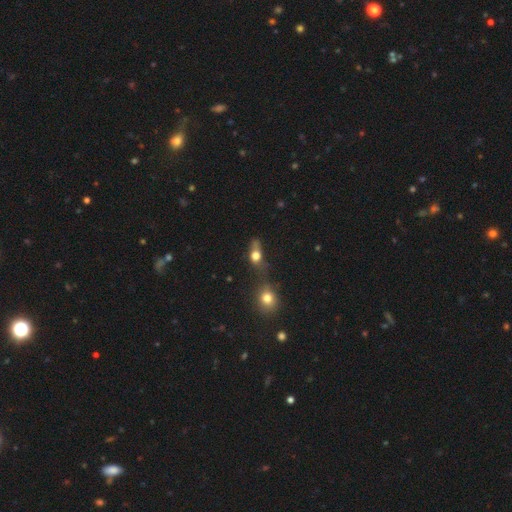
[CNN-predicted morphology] smooth-or-featured: smooth: 68% | featured or disk: 18% | star or artifact: 14%
  how-rounded: in between: 53% | round: 38% | cigar-shaped: 9%
  merging: none: 34% | merger: 33% | minor disturbance: 17% | major disturbance: 16%